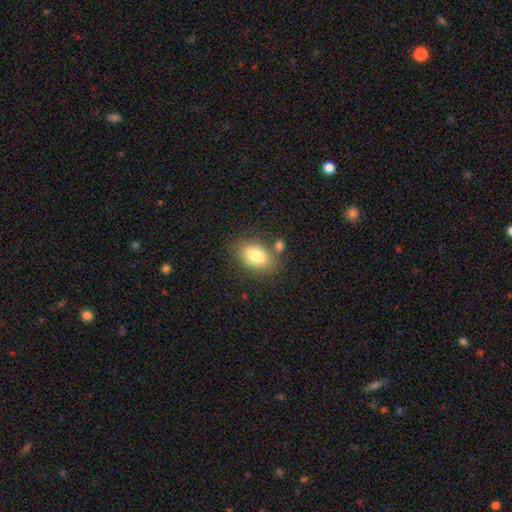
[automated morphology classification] This appears to be a smooth galaxy with no disk features (81%) that is in between round and cigar-shaped (86%). Merging: none (71%).